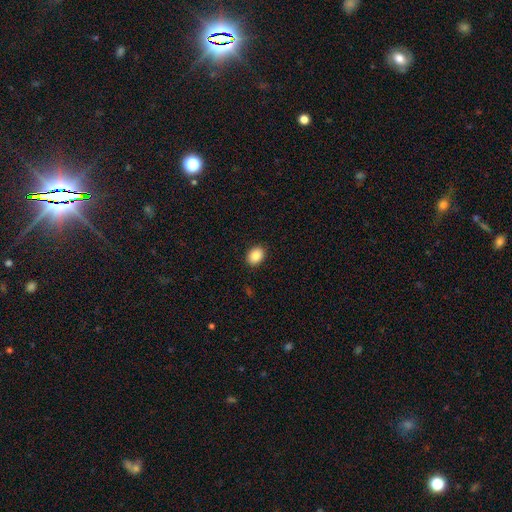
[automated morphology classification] A smooth galaxy with no disk features (88%) that is in between round and cigar-shaped (65%). Merging: none (90%).